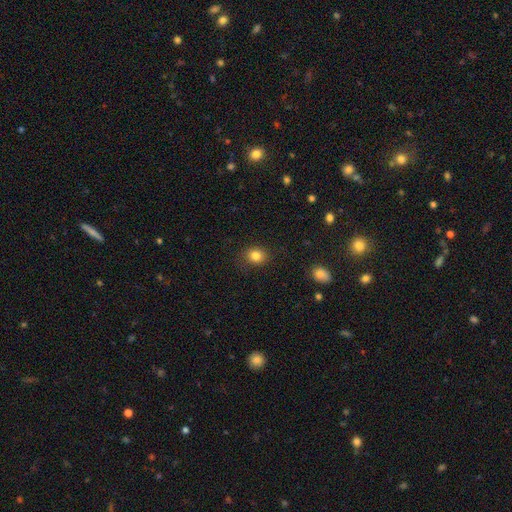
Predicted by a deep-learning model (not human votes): Smooth or featured? Predicted: smooth (p=0.83). How rounded? Predicted: round (p=0.64). Merging? Predicted: none (p=0.84).